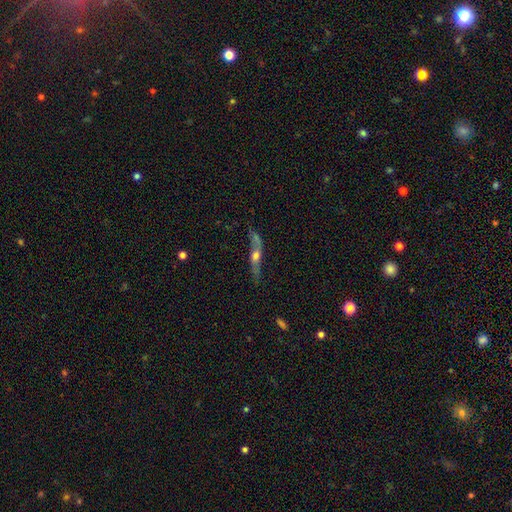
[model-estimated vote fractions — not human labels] Morphology: type=featured or disk (60%); edge-on=yes (73%); merging=none (59%).